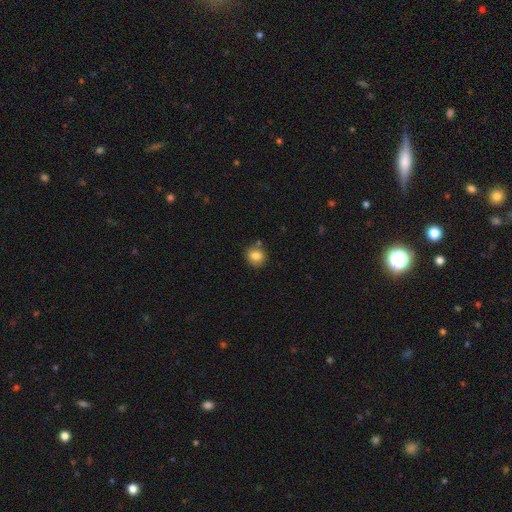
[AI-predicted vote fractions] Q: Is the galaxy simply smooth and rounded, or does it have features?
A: smooth — 83%.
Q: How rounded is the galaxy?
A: round — 80%.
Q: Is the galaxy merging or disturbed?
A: none — 79%.